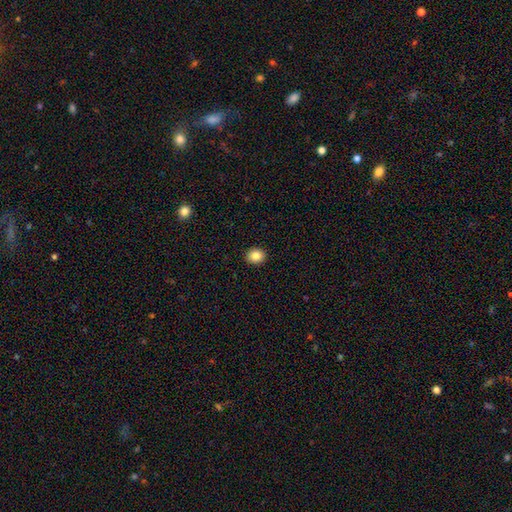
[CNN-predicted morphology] Q: Smooth or featured?
A: smooth (85%); runner-up: star or artifact (10%)
Q: How rounded?
A: round (66%); runner-up: in between (33%)
Q: Merging?
A: none (92%); runner-up: minor disturbance (5%)